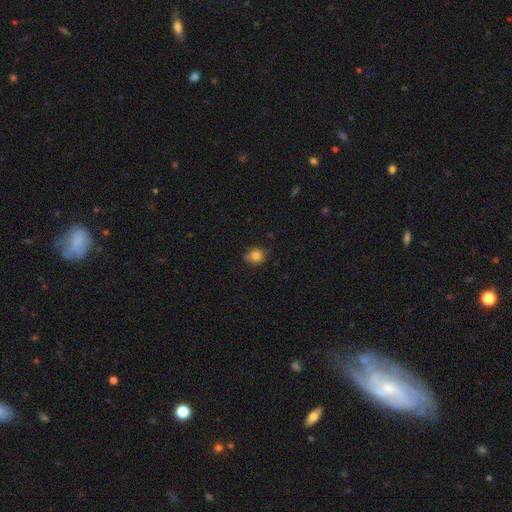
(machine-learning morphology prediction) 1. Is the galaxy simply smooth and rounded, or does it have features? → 83% smooth, 11% star or artifact, 6% featured or disk.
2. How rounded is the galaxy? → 83% round, 16% in between, 1% cigar-shaped.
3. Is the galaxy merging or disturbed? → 66% none, 18% minor disturbance, 11% merger, 4% major disturbance.